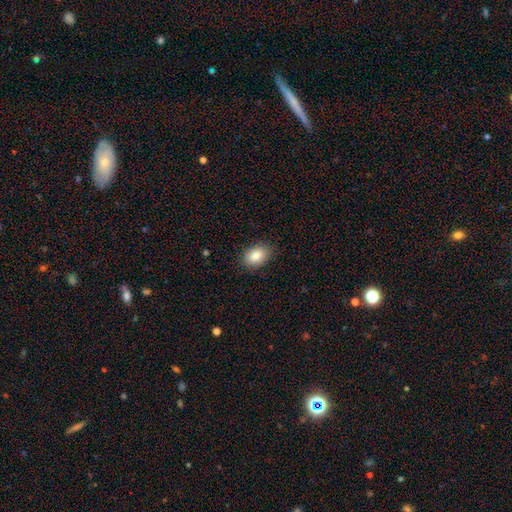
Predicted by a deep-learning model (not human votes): A smooth galaxy with no disk features (85%) that is in between round and cigar-shaped (87%).

Vote fractions:
- Smooth or featured? smooth: 85% / star or artifact: 7% / featured or disk: 7%
- How rounded? in between: 87% / round: 12% / cigar-shaped: 1%
- Merging? none: 87% / minor disturbance: 10% / major disturbance: 2% / merger: 1%